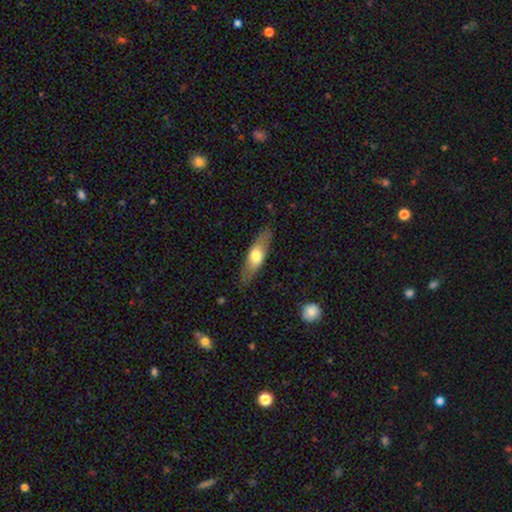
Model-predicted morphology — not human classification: Smooth or featured: smooth — 55% (featured or disk — 39%)
How rounded: in between — 52% (cigar-shaped — 46%)
Merging: none — 82% (minor disturbance — 13%)